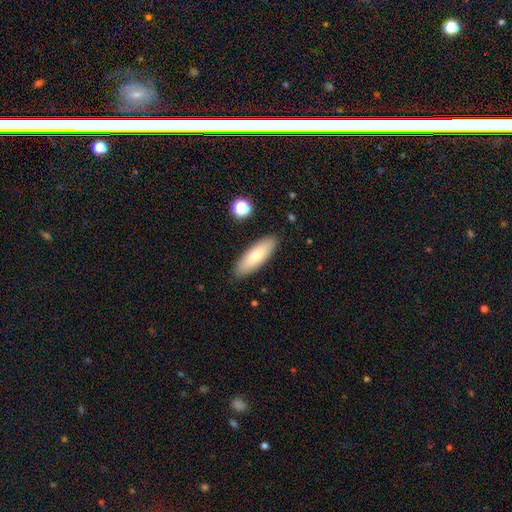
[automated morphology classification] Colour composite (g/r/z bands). It shows a smooth galaxy with no disk features (76%) that is in between round and cigar-shaped (56%). Merging: none (88%).